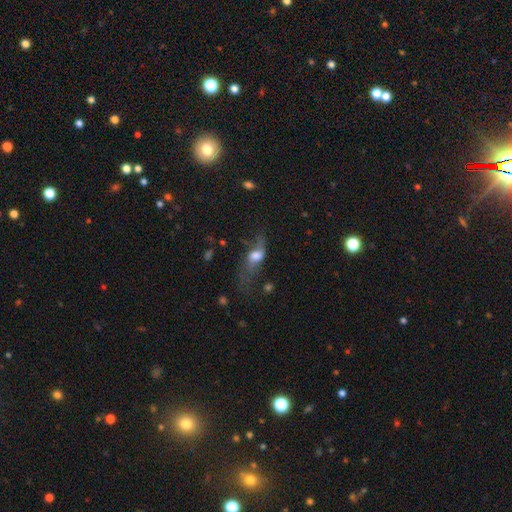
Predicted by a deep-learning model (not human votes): Morphology: type=smooth (49%); merging=major disturbance (42%).